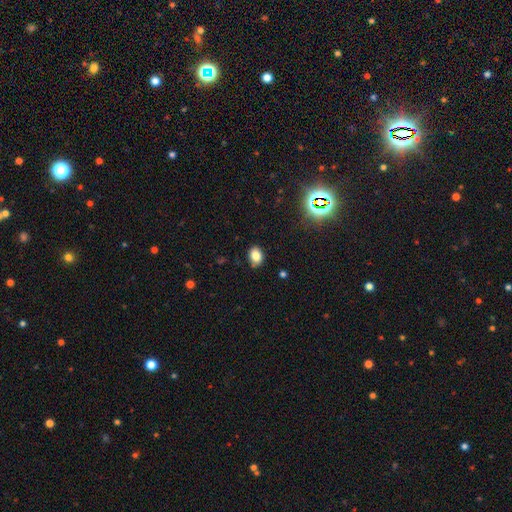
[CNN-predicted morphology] This appears to be a smooth galaxy with no disk features (81%) that is in between round and cigar-shaped (72%). Merging: none (82%).